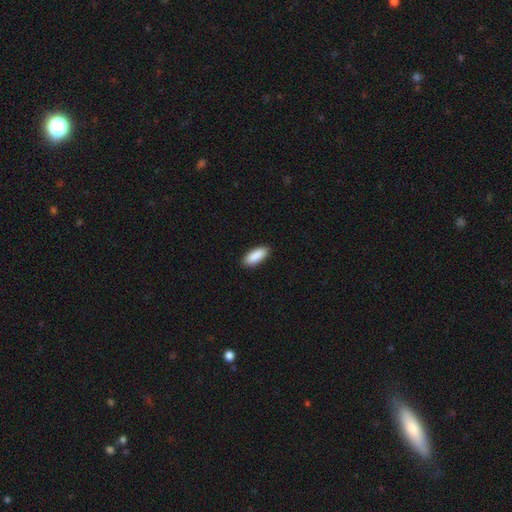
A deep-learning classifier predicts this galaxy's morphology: Smooth or featured? smooth (91%)
How rounded? in between (82%)
Merging? none (89%)